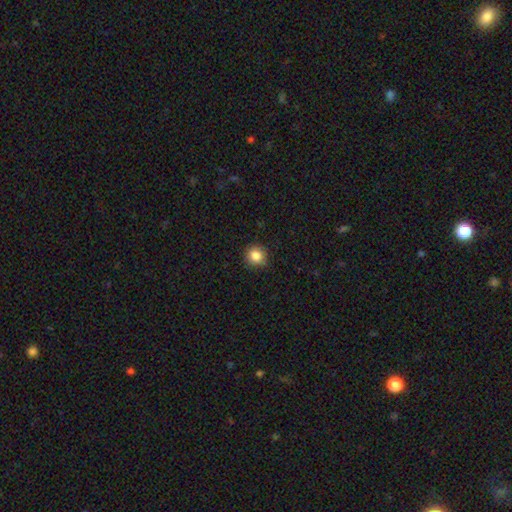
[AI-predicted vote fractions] smooth 84%, star or artifact 11%, featured or disk 5%. Down the decision tree: how rounded — round (89%); merging — none (86%).